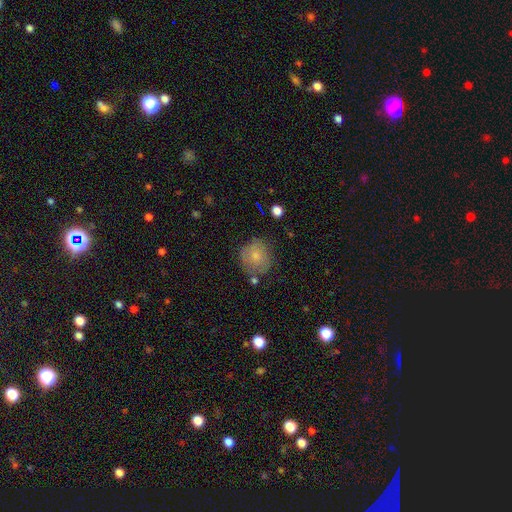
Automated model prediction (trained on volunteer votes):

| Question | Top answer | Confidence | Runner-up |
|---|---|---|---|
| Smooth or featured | smooth | 69% | featured or disk (23%) |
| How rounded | round | 82% | in between (17%) |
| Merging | none | 63% | minor disturbance (24%) |